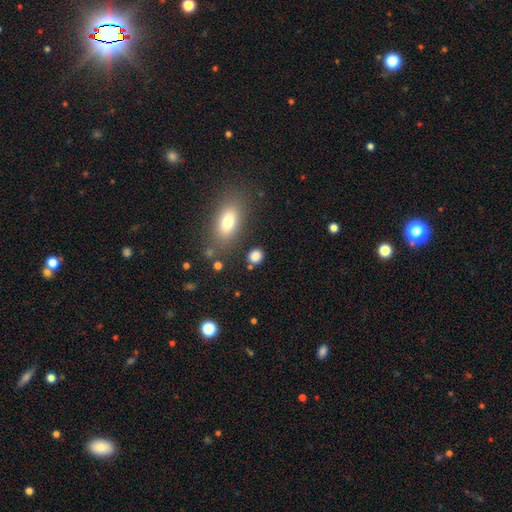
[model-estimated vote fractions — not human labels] A smooth galaxy with no disk features (84%) that is round (69%).

Vote fractions:
- Smooth or featured? smooth: 84% / star or artifact: 12% / featured or disk: 5%
- How rounded? round: 69% / in between: 29% / cigar-shaped: 2%
- Merging? none: 82% / minor disturbance: 10% / merger: 5% / major disturbance: 4%